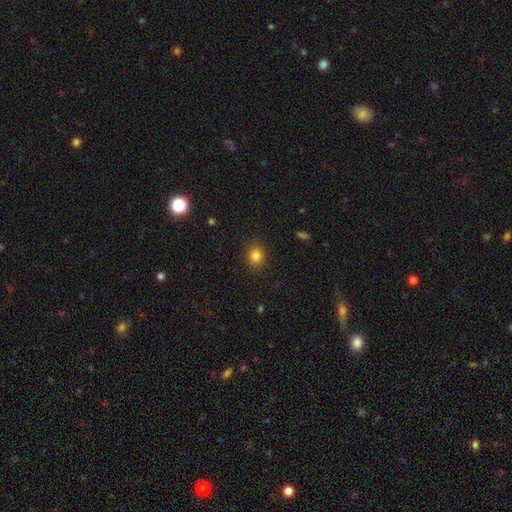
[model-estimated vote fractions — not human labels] Smooth or featured? smooth (82%)
How rounded? round (67%)
Merging? none (89%)